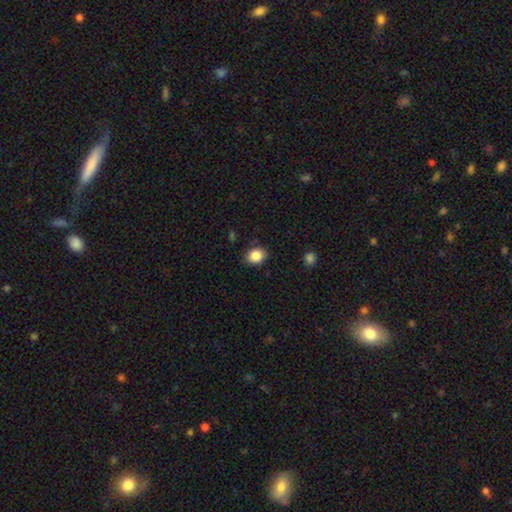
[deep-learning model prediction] smooth_or_featured: smooth (p=0.86) [alt: star or artifact p=0.09]
how_rounded: in between (p=0.51) [alt: round p=0.48]
merging: none (p=0.84) [alt: minor disturbance p=0.12]